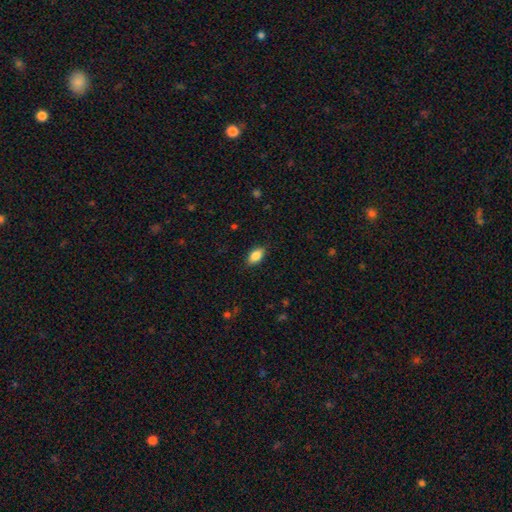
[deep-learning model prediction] smooth_or_featured: smooth (p=0.86) [alt: star or artifact p=0.07]
how_rounded: in between (p=0.91) [alt: round p=0.05]
merging: none (p=0.86) [alt: minor disturbance p=0.10]